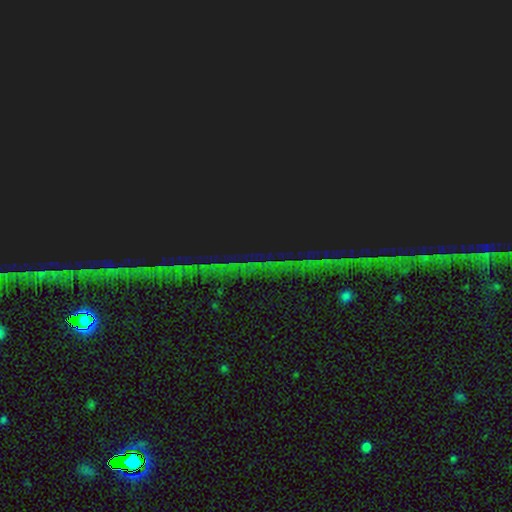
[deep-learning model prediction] Smooth or featured?
  - star or artifact: 86% *
  - featured or disk: 7%
  - smooth: 7%